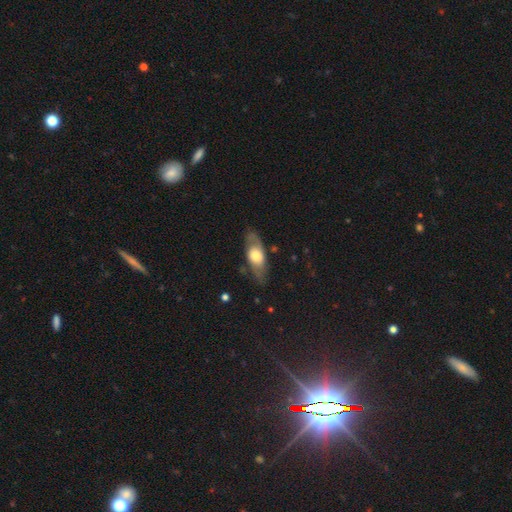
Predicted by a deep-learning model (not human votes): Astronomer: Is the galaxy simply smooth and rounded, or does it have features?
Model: smooth — 48% (runner-up: featured or disk, 47%).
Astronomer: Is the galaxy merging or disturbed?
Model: none — 73%.